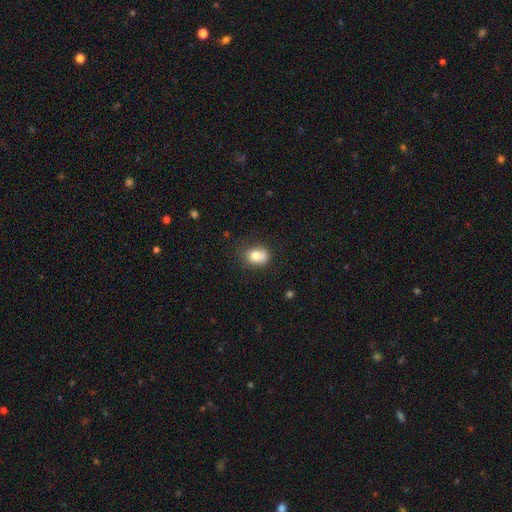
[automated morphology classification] The model was most divided on "merging": none: 41%, merger: 33%, minor disturbance: 18%, major disturbance: 7%. More confident: smooth or featured — smooth (74%); how rounded — round (60%).